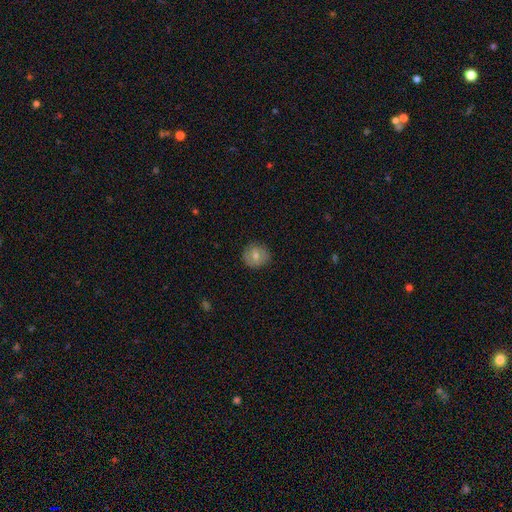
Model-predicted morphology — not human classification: This appears to be a smooth galaxy with no disk features (65%) that is round (88%). Merging: none (85%).